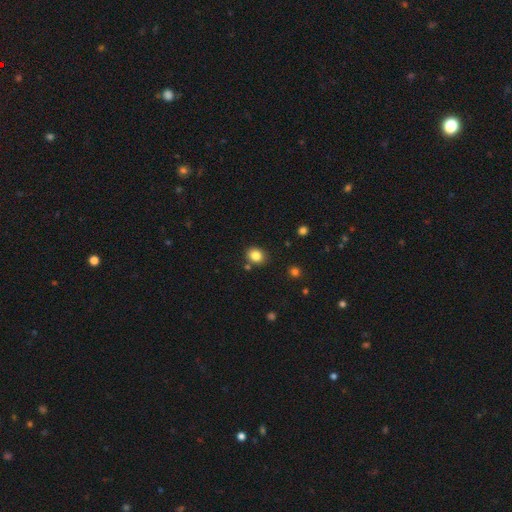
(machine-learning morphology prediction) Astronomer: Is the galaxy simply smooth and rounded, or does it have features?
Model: smooth — 83%.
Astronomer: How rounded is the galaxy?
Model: round — 61% (runner-up: in between, 39%).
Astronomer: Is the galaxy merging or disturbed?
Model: none — 82%.